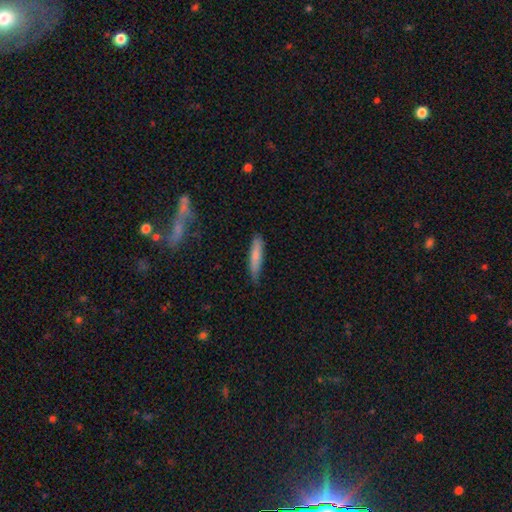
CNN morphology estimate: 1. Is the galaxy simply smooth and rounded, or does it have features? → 73% smooth, 21% featured or disk, 6% star or artifact.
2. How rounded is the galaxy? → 87% cigar-shaped, 12% in between, 2% round.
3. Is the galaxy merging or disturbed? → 74% none, 21% minor disturbance, 4% major disturbance, 2% merger.